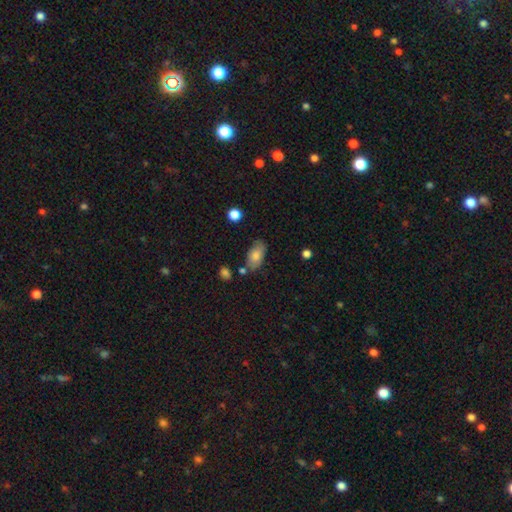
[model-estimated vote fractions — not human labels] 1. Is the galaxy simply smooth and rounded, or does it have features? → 77% smooth, 16% featured or disk, 7% star or artifact.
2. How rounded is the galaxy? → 93% in between, 4% round, 3% cigar-shaped.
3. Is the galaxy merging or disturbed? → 74% none, 17% minor disturbance, 5% merger, 4% major disturbance.